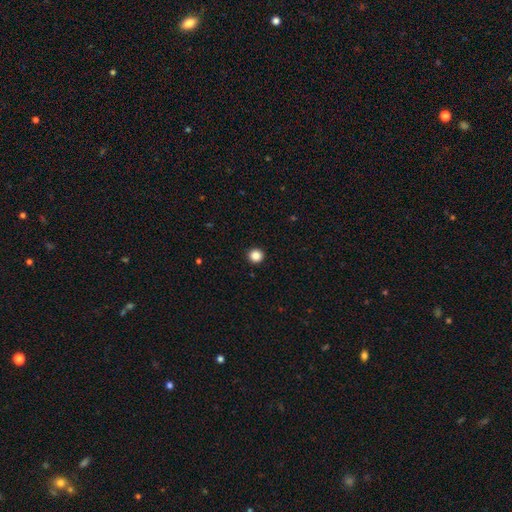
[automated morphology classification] Smooth or featured? smooth (87%)
How rounded? round (95%)
Merging? none (94%)